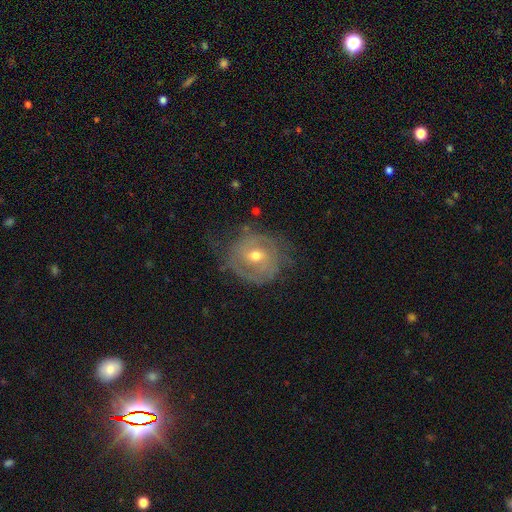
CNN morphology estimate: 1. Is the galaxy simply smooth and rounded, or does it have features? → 72% featured or disk, 21% smooth, 7% star or artifact.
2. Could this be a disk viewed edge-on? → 96% no, 4% yes.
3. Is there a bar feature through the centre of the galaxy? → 52% no, 38% weak, 10% strong.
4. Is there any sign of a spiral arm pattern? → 76% yes, 24% no.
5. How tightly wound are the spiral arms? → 57% tight, 31% medium, 12% loose.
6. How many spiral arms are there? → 44% 2, 37% can't tell, 8% 3, 6% 1, 3% 4, 3% more than 4.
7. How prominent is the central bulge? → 69% moderate, 27% small, 3% large, 1% none, 1% dominant.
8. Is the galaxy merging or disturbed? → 62% none, 24% minor disturbance, 13% major disturbance, 2% merger.